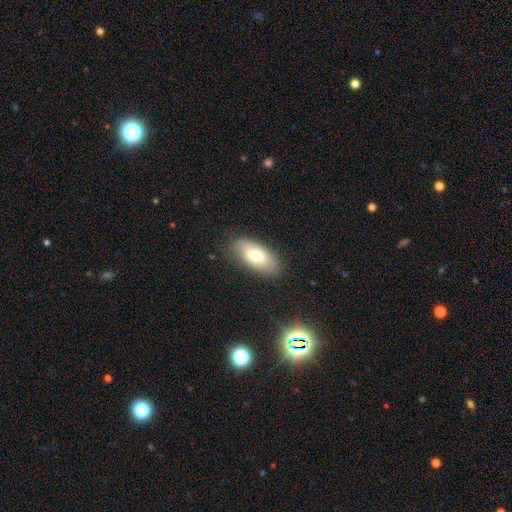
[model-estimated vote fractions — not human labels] smooth-or-featured: smooth: 71% | featured or disk: 22% | star or artifact: 8%
  how-rounded: in between: 90% | cigar-shaped: 7% | round: 3%
  merging: none: 83% | minor disturbance: 12% | major disturbance: 3% | merger: 1%